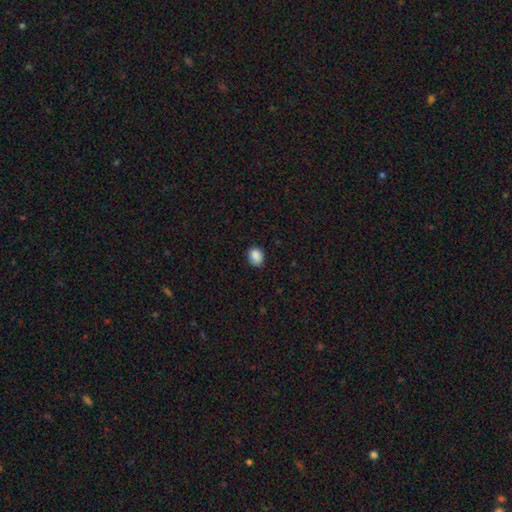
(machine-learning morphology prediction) The model was most divided on "how rounded": round: 51%, in between: 48%, cigar-shaped: 1%. More confident: smooth or featured — smooth (88%); merging — none (83%).